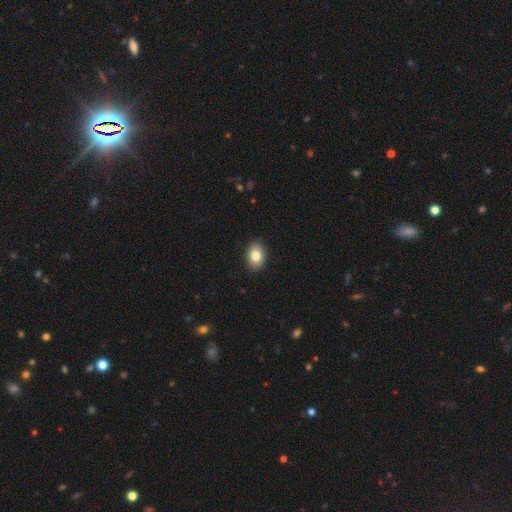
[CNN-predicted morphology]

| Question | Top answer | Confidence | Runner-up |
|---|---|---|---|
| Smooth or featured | smooth | 83% | featured or disk (9%) |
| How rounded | in between | 76% | round (23%) |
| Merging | none | 89% | minor disturbance (8%) |